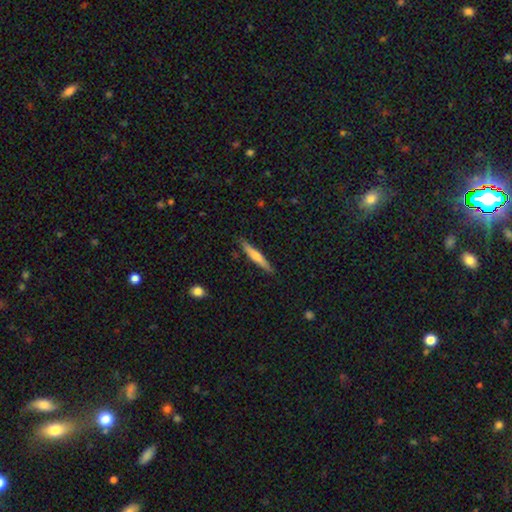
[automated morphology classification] This appears to be a smooth galaxy with no disk features (52%) that is cigar-shaped (93%). Merging: none (89%).